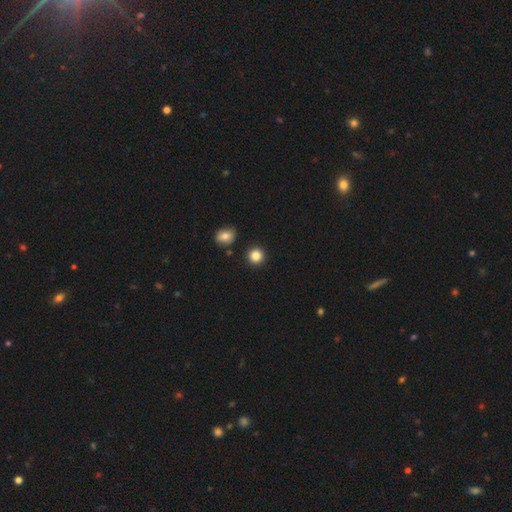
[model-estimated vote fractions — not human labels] A smooth galaxy with no disk features (86%) that is round (93%).

Vote fractions:
- Smooth or featured? smooth: 86% / star or artifact: 10% / featured or disk: 4%
- How rounded? round: 93% / in between: 6% / cigar-shaped: 1%
- Merging? none: 90% / minor disturbance: 5% / merger: 3% / major disturbance: 2%